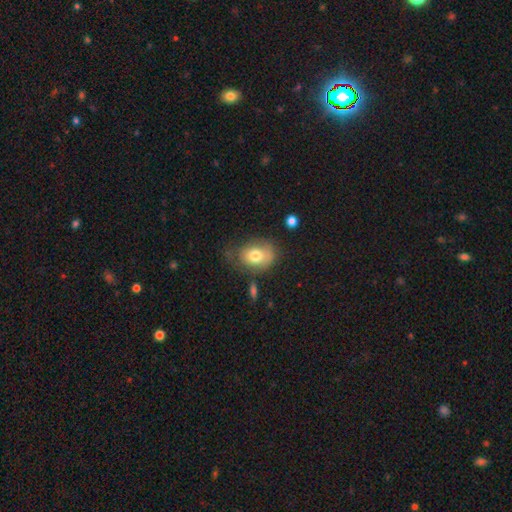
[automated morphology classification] type=smooth (72%); roundness=in between (67%); merging=none (51%).